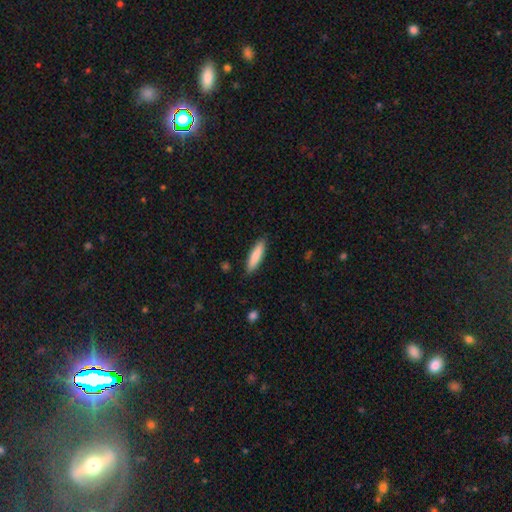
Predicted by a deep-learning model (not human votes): Q: Smooth or featured?
A: smooth (82%); runner-up: featured or disk (12%)
Q: How rounded?
A: cigar-shaped (72%); runner-up: in between (27%)
Q: Merging?
A: none (87%); runner-up: minor disturbance (10%)